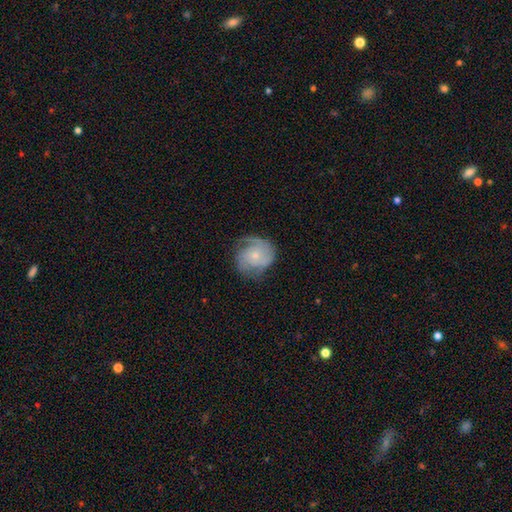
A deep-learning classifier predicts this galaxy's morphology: A featured or disk galaxy (69%) with no bar (76%), 2 (38%) tight (42%) spiral arms (91%) and a small central bulge (69%). Merging: none (61%).